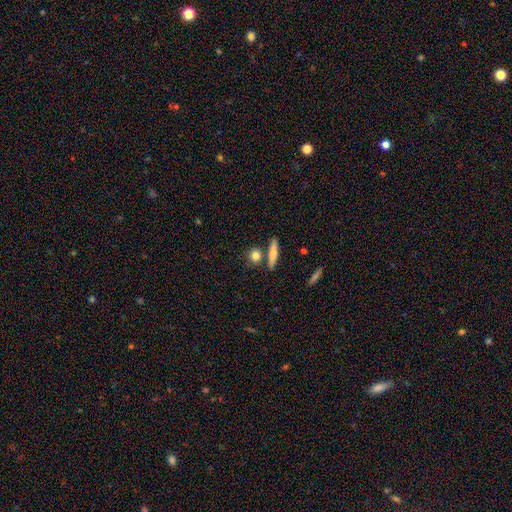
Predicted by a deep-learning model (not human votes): A smooth galaxy with no disk features (80%) that is round (65%). Merging: none (74%).